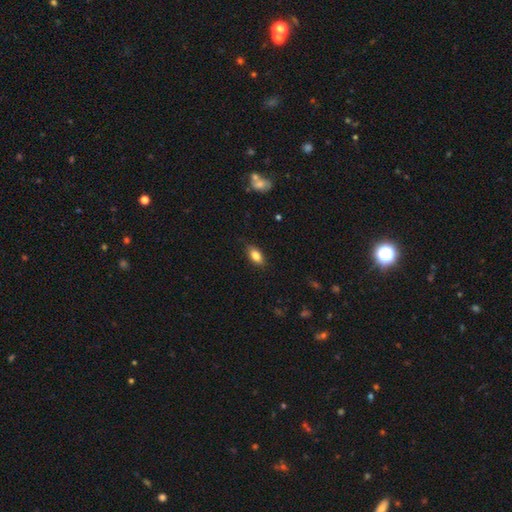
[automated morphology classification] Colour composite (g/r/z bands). It shows a smooth galaxy with no disk features (83%) that is in between round and cigar-shaped (88%). Merging: none (84%).